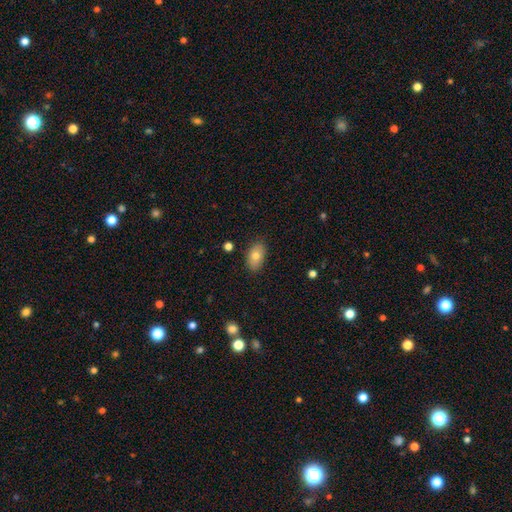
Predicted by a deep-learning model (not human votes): Q: Smooth or featured?
A: smooth (77%); runner-up: featured or disk (15%)
Q: How rounded?
A: in between (90%); runner-up: round (8%)
Q: Merging?
A: none (86%); runner-up: minor disturbance (11%)